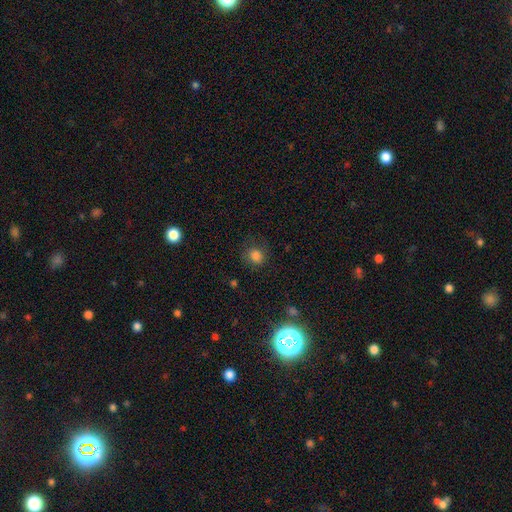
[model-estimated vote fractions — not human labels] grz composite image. It shows a smooth galaxy with no disk features (79%) that is round (79%). Merging: none (73%).